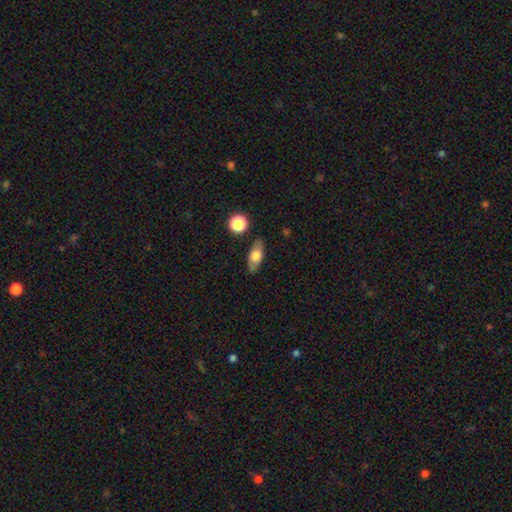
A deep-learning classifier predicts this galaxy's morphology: smooth_or_featured: smooth (p=0.67) [alt: featured or disk p=0.25]
how_rounded: in between (p=0.82) [alt: cigar-shaped p=0.11]
merging: none (p=0.83) [alt: minor disturbance p=0.12]